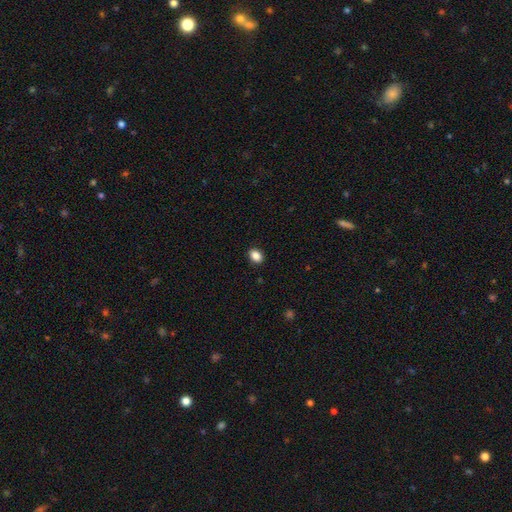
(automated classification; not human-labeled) Smooth or featured? smooth (88%)
How rounded? in between (67%)
Merging? none (90%)